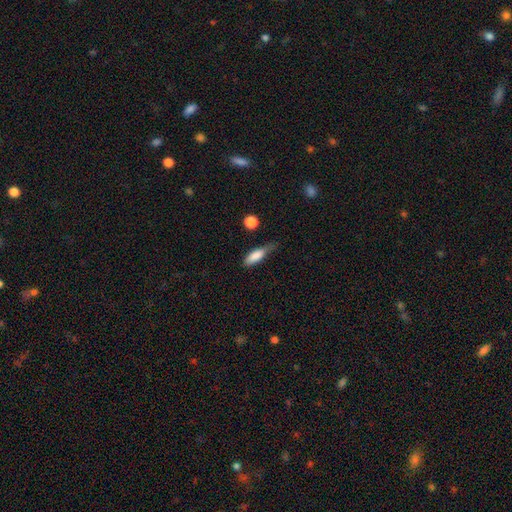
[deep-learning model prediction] smooth-or-featured: smooth: 82% | featured or disk: 10% | star or artifact: 7%
  how-rounded: in between: 57% | cigar-shaped: 40% | round: 3%
  merging: none: 42% | minor disturbance: 40% | major disturbance: 14% | merger: 3%